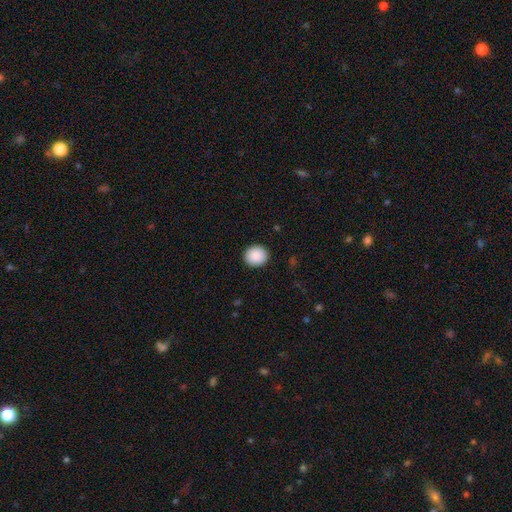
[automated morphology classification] smooth_or_featured: smooth (p=0.90) [alt: star or artifact p=0.07]
how_rounded: round (p=0.89) [alt: in between p=0.10]
merging: none (p=0.92) [alt: minor disturbance p=0.05]